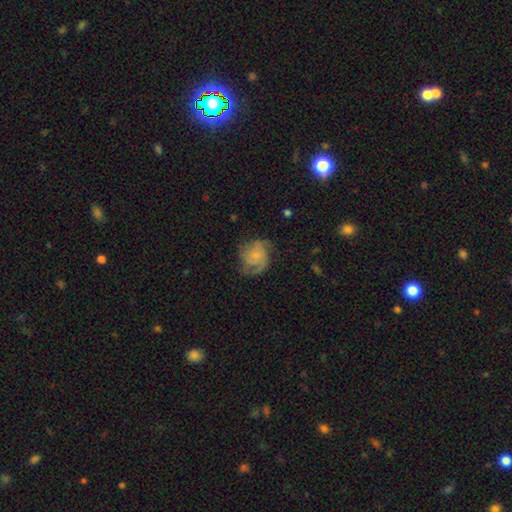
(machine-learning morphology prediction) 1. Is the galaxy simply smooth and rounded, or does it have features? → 67% featured or disk, 26% smooth, 8% star or artifact.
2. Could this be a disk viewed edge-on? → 98% no, 2% yes.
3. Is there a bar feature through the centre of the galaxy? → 75% no, 22% weak, 3% strong.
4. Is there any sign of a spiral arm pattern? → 90% yes, 10% no.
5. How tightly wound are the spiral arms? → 44% medium, 37% tight, 19% loose.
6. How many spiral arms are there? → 31% 3, 27% 2, 24% can't tell, 7% 4, 7% 1, 5% more than 4.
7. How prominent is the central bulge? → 61% small, 19% none, 17% moderate, 2% large, 1% dominant.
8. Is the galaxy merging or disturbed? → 59% none, 23% minor disturbance, 17% major disturbance, 1% merger.